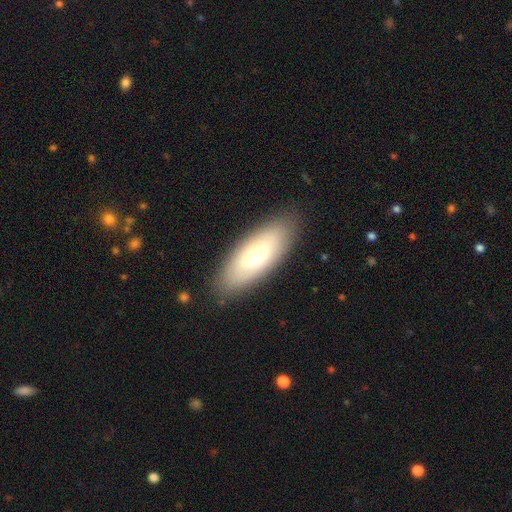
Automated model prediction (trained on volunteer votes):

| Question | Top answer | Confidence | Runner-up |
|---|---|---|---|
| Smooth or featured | smooth | 69% | featured or disk (24%) |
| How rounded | in between | 75% | cigar-shaped (23%) |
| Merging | none | 86% | minor disturbance (10%) |